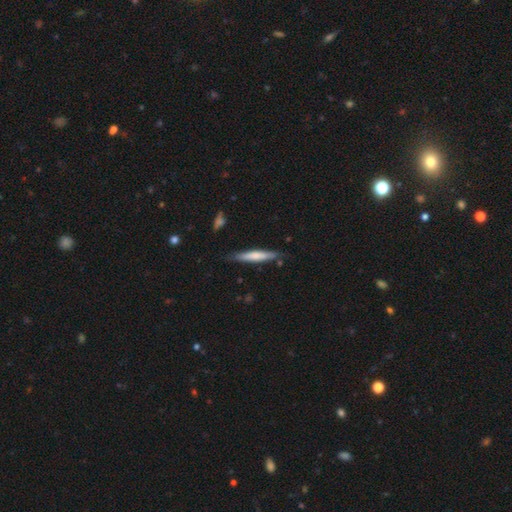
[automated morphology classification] Smooth or featured: smooth — 64% (featured or disk — 31%)
How rounded: cigar-shaped — 92% (in between — 7%)
Merging: none — 80% (minor disturbance — 15%)